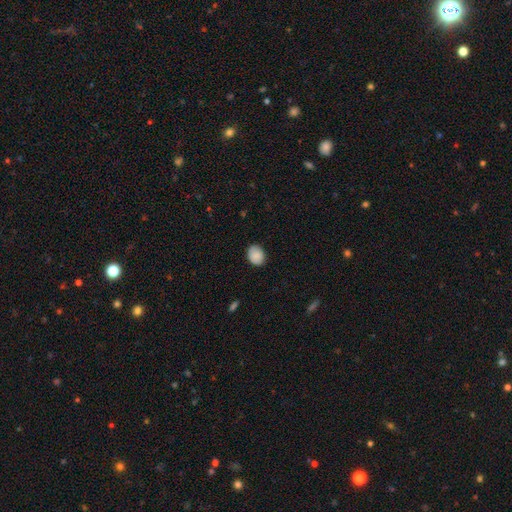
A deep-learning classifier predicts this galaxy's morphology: smooth 87%, star or artifact 7%, featured or disk 6%. Down the decision tree: how rounded — round (50%); merging — none (83%).